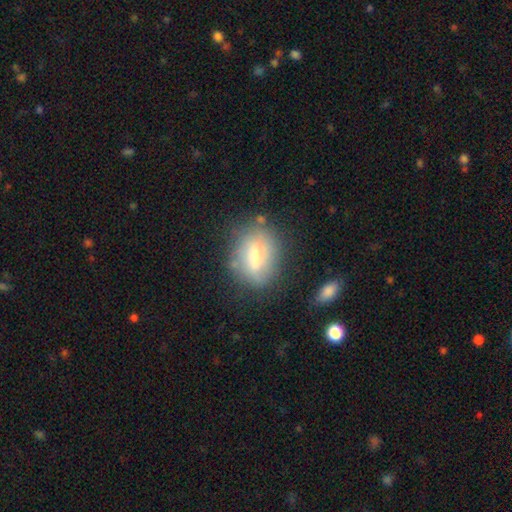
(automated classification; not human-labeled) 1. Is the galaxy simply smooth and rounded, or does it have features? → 66% smooth, 25% featured or disk, 9% star or artifact.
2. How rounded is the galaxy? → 73% in between, 22% round, 4% cigar-shaped.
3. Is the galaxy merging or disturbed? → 64% none, 22% minor disturbance, 8% major disturbance, 6% merger.